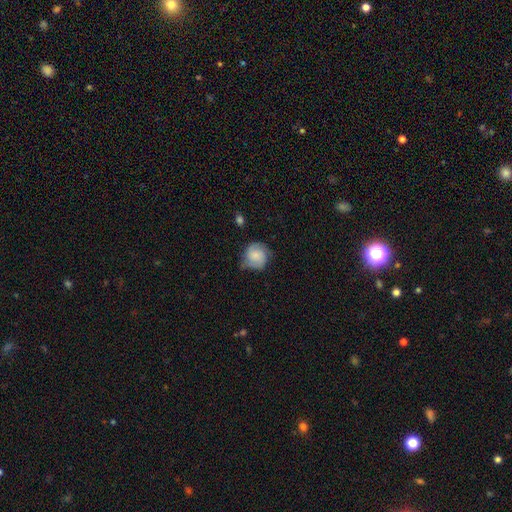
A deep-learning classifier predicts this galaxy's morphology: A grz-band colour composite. It shows a smooth galaxy with no disk features (58%) that is round (83%). Merging: none (56%).